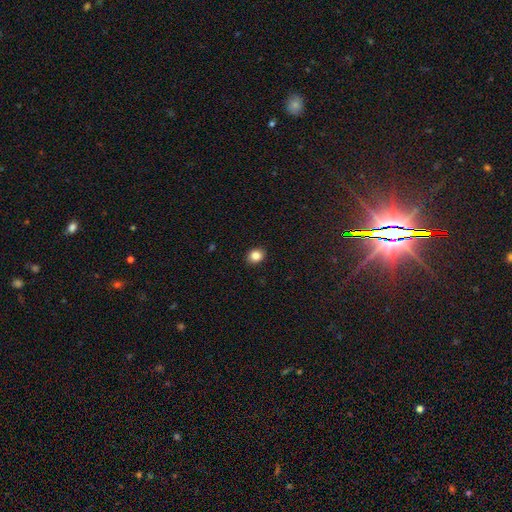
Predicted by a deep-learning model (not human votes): This is clearly a smooth galaxy (85%). How rounded: likely round (61%). Merging: clearly none (91%).